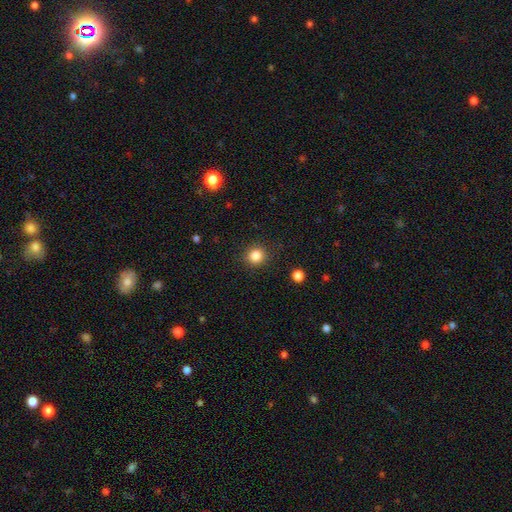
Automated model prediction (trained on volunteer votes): Smooth or featured? Predicted: smooth (p=0.84). How rounded? Predicted: round (p=0.89). Merging? Predicted: none (p=0.88).